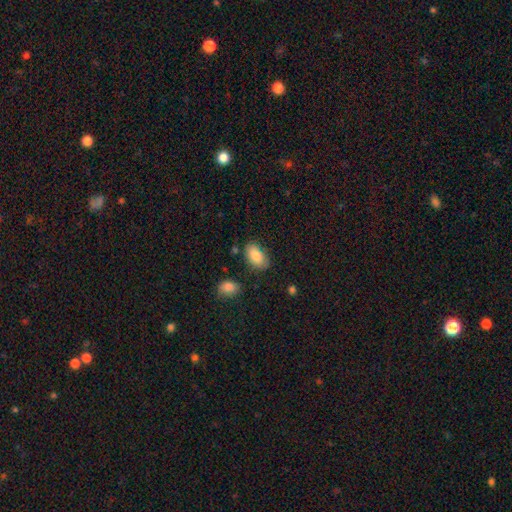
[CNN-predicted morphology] A smooth galaxy with no disk features (85%) that is in between round and cigar-shaped (93%). Merging: none (78%).